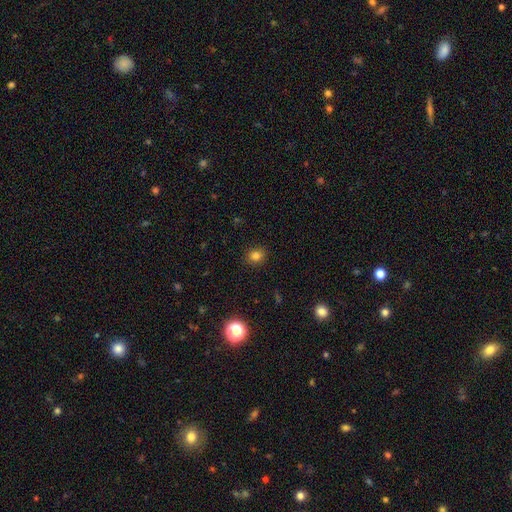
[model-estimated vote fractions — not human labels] Morphology: type=smooth (79%); roundness=round (75%); merging=none (90%).